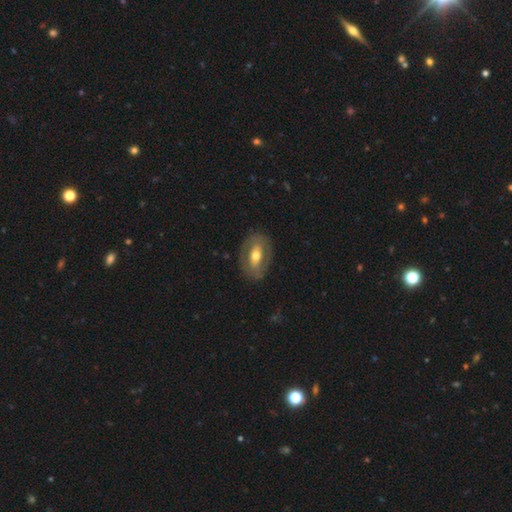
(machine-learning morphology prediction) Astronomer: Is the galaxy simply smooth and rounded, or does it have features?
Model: featured or disk — 56% (runner-up: smooth, 38%).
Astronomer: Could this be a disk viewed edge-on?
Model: no — 89%.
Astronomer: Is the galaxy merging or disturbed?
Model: none — 79%.